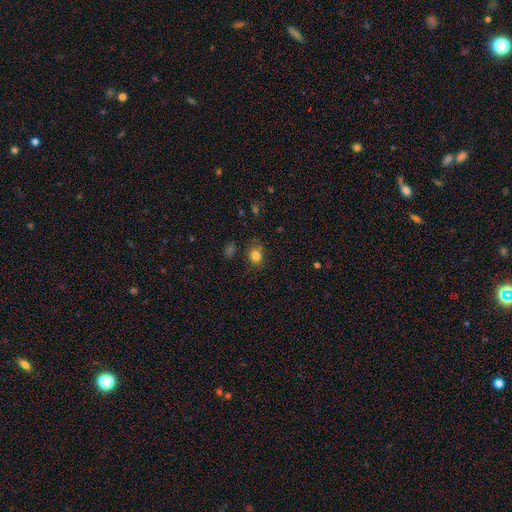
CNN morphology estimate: Overall: smooth (81%). How rounded: round (56%; in between 43%). Merging: none (77%).